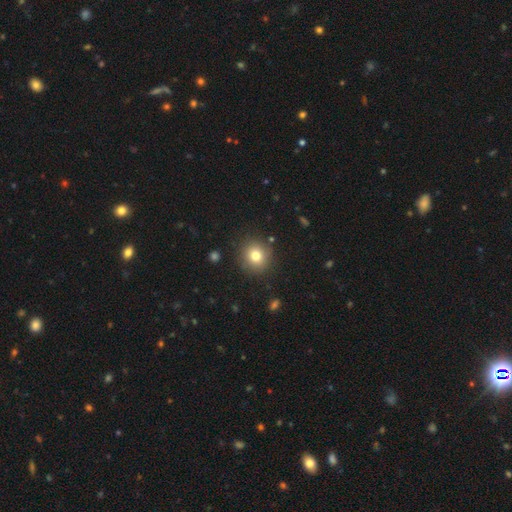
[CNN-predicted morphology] Q: Smooth or featured?
A: smooth (77%); runner-up: star or artifact (12%)
Q: How rounded?
A: round (90%); runner-up: in between (9%)
Q: Merging?
A: none (88%); runner-up: minor disturbance (7%)